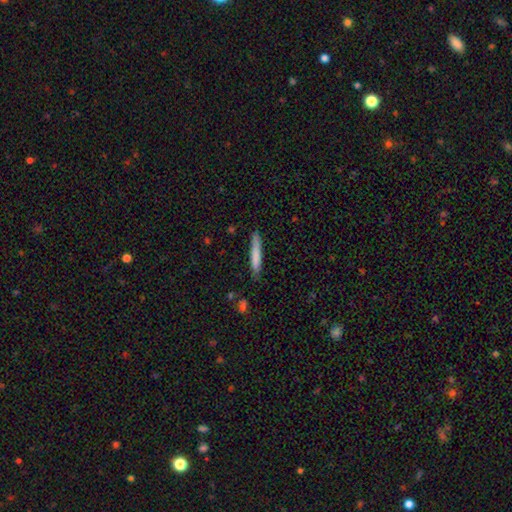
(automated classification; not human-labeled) Morphology: type=smooth (77%); roundness=cigar-shaped (94%); merging=none (84%).